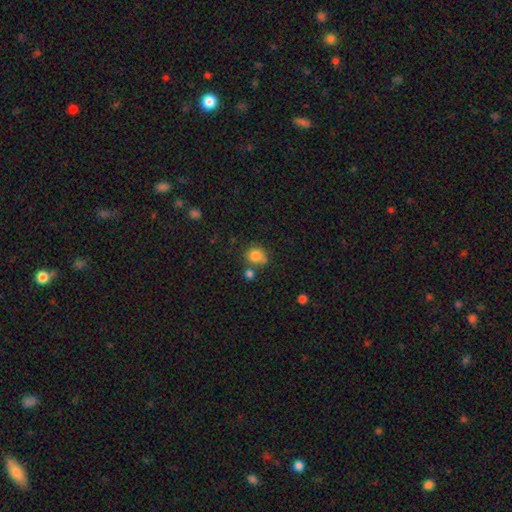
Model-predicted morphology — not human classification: Smooth or featured?
  - smooth: 83% *
  - star or artifact: 11%
  - featured or disk: 7%
How rounded?
  - round: 65% *
  - in between: 34%
  - cigar-shaped: 1%
Merging?
  - none: 54% *
  - minor disturbance: 21%
  - merger: 18%
  - major disturbance: 7%